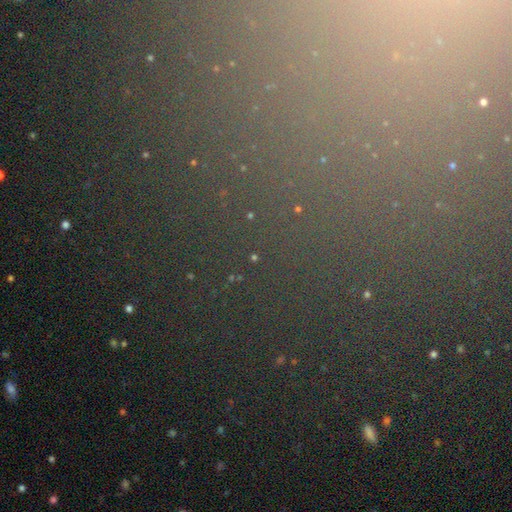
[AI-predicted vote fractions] Smooth or featured?
  - star or artifact: 78% *
  - smooth: 13%
  - featured or disk: 9%